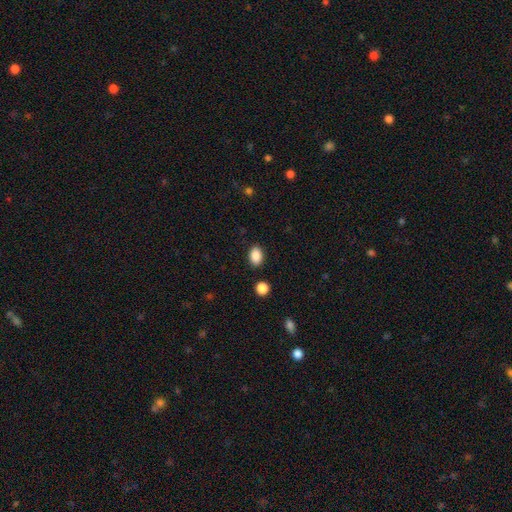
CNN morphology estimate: Smooth or featured? smooth (88%)
How rounded? in between (83%)
Merging? none (86%)